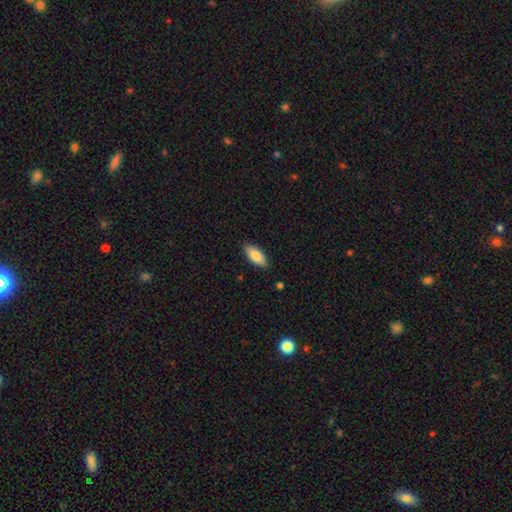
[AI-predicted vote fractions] Smooth or featured: smooth — 83% (featured or disk — 11%)
How rounded: in between — 85% (cigar-shaped — 13%)
Merging: none — 87% (minor disturbance — 10%)